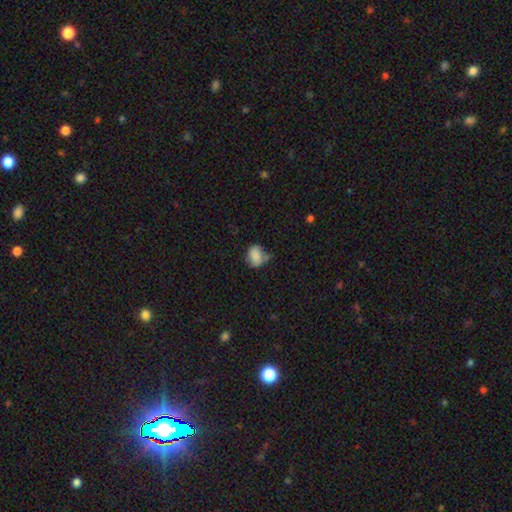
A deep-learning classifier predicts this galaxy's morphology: smooth-or-featured: smooth: 78% | featured or disk: 12% | star or artifact: 10%
  how-rounded: in between: 57% | round: 41% | cigar-shaped: 1%
  merging: none: 44% | minor disturbance: 33% | major disturbance: 12% | merger: 12%